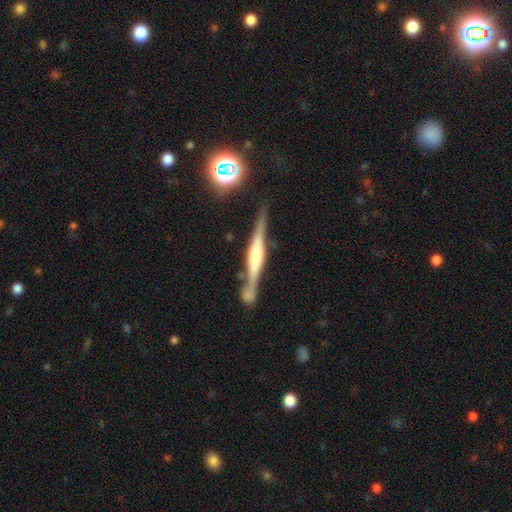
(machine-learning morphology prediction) A featured or disk galaxy (77%) viewed edge-on (96%) with a rounded central bulge (47%). Merging: none (73%).